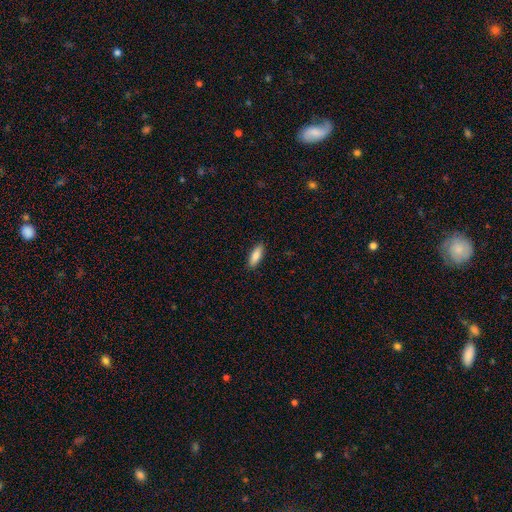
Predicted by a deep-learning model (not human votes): Overall: smooth (86%). How rounded: in between (62%; cigar-shaped 36%). Merging: none (89%).